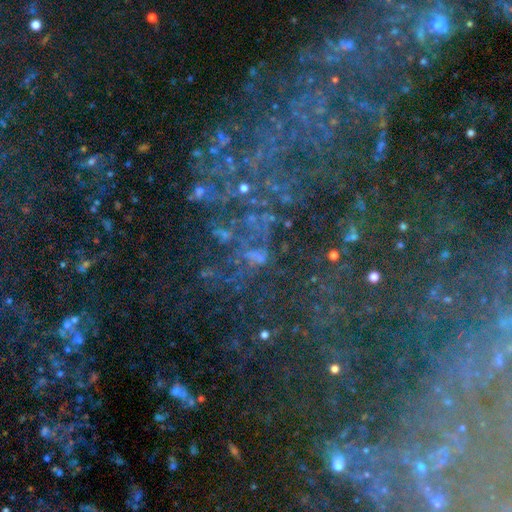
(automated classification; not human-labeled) Smooth or featured? Predicted: star or artifact (p=0.44).